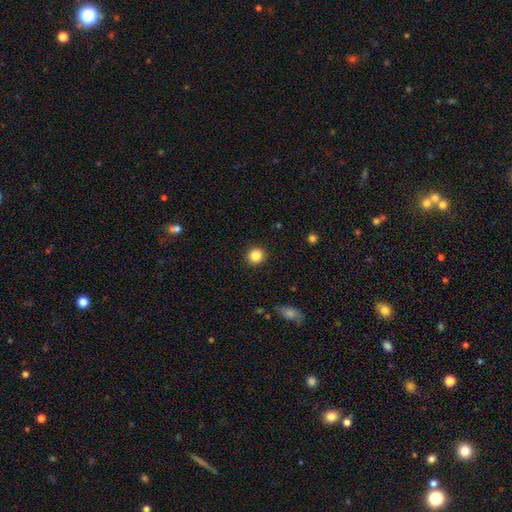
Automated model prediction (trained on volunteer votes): Smooth or featured? smooth (85%)
How rounded? round (93%)
Merging? none (92%)